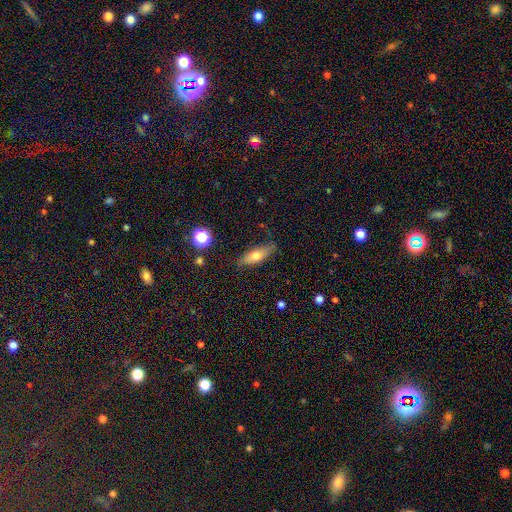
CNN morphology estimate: This is likely a smooth galaxy (62%). How rounded: possibly in between (56%). Merging: likely none (78%).